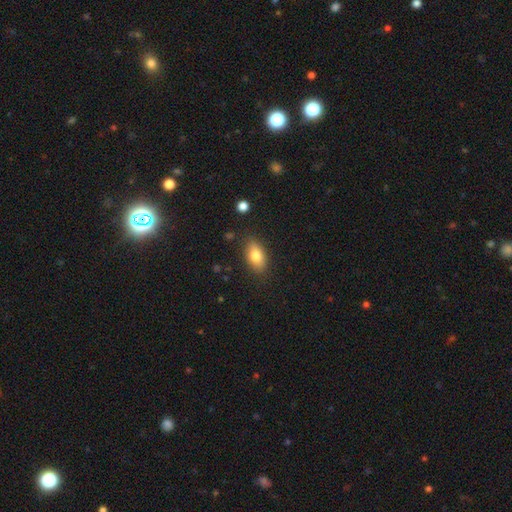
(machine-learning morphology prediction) smooth 79%, featured or disk 13%, star or artifact 8%. Down the decision tree: how rounded — in between (88%); merging — none (83%).